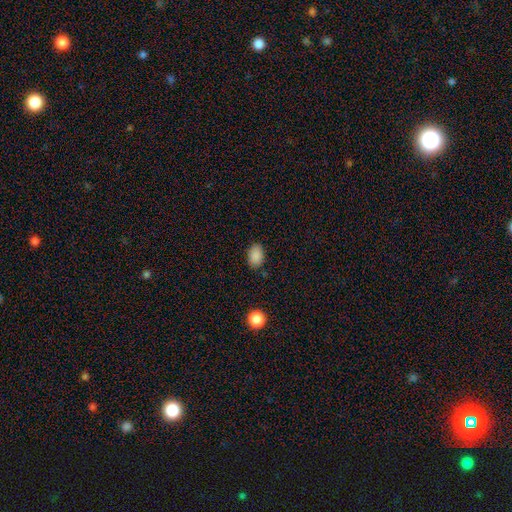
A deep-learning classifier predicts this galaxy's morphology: The model was most divided on "how rounded": in between: 83%, round: 15%, cigar-shaped: 1%. More confident: smooth or featured — smooth (88%); merging — none (84%).